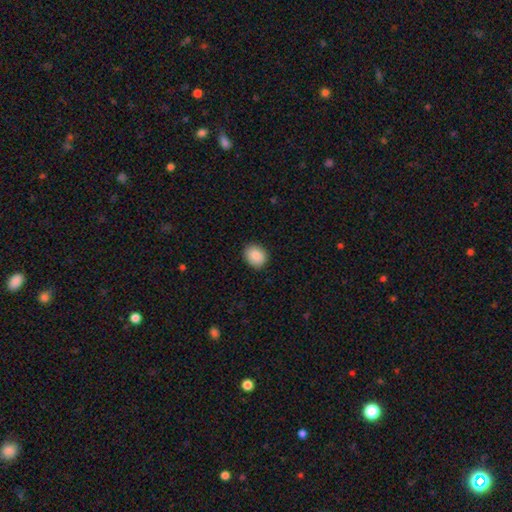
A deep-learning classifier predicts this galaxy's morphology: This appears to be a smooth galaxy with no disk features (89%) that is round (58%). Merging: none (88%).